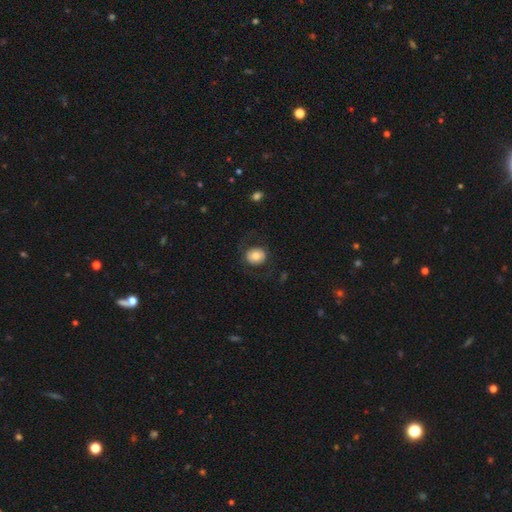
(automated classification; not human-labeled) smooth 69%, featured or disk 23%, star or artifact 8%. Down the decision tree: how rounded — round (70%); merging — none (78%).